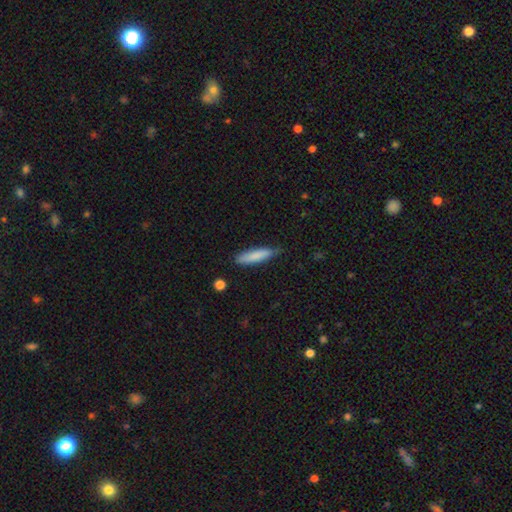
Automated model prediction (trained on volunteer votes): Q: Smooth or featured?
A: smooth (82%); runner-up: featured or disk (12%)
Q: How rounded?
A: cigar-shaped (78%); runner-up: in between (21%)
Q: Merging?
A: none (75%); runner-up: minor disturbance (21%)